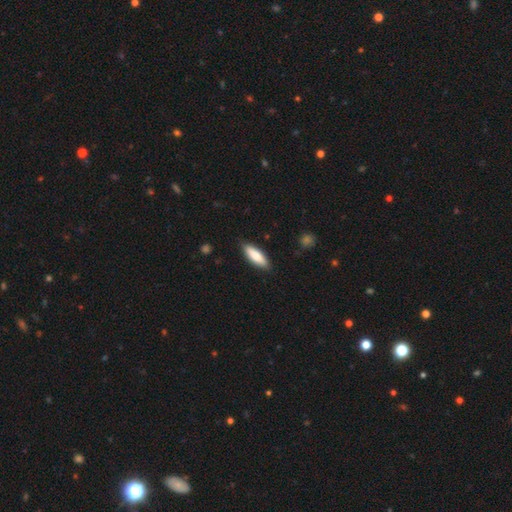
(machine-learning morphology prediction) Overall: smooth (78%). How rounded: in between (52%; cigar-shaped 46%). Merging: none (87%).